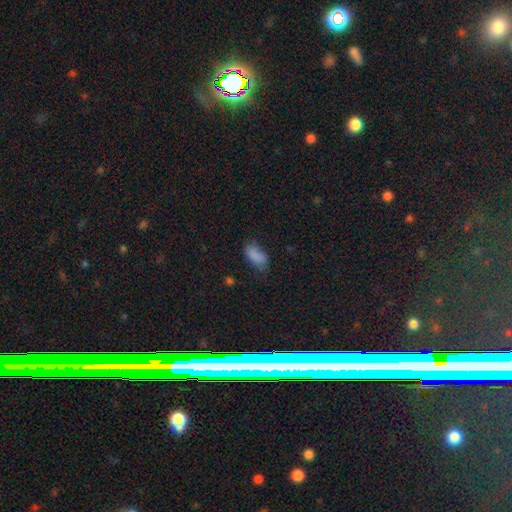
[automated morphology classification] Overall: smooth (82%). How rounded: in between (91%). Merging: none (55%; minor disturbance 30%).